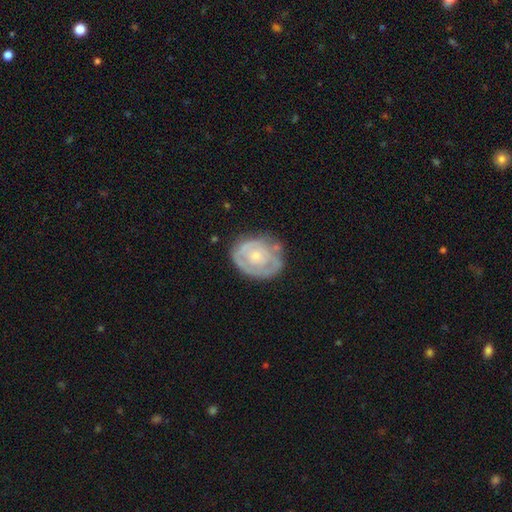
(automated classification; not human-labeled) Morphology: type=featured or disk (65%); edge-on=no (97%); bar=no (84%); spiral arms=yes (52%); bulge=small (59%); merging=none (63%).